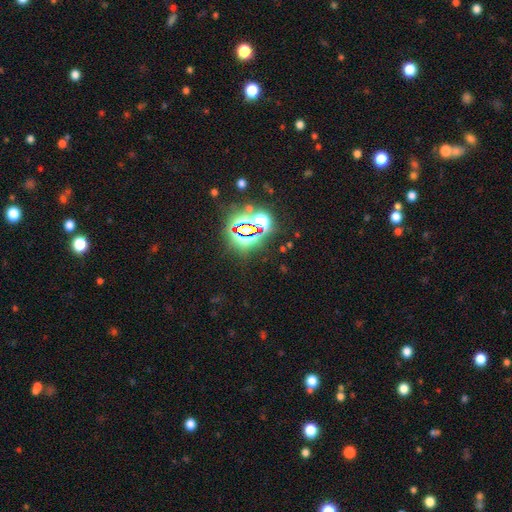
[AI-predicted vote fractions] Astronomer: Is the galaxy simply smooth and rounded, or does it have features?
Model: star or artifact — 77%.